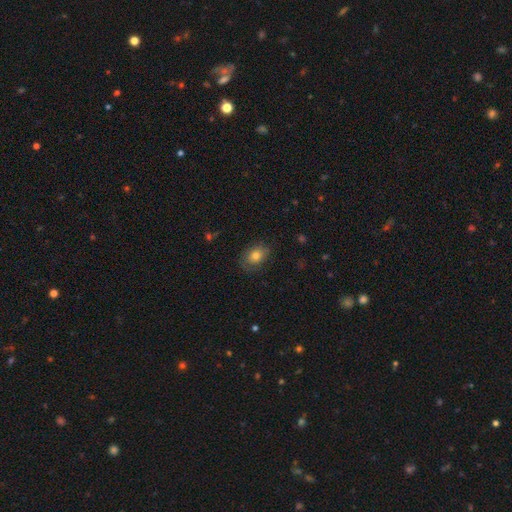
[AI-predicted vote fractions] smooth 74%, featured or disk 17%, star or artifact 10%. Down the decision tree: how rounded — in between (70%); merging — none (75%).